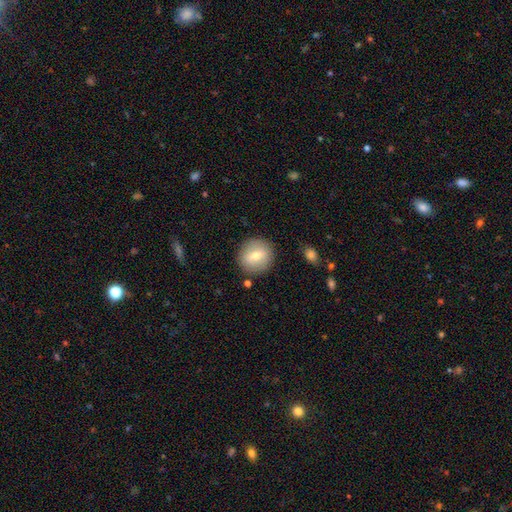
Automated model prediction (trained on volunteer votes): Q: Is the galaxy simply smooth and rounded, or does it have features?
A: smooth — 65%.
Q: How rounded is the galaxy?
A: round — 86%.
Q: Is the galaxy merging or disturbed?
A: none — 86%.